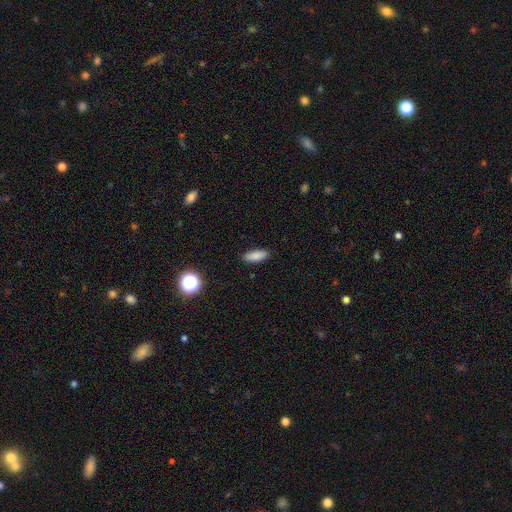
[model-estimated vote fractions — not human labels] Morphology: type=smooth (86%); roundness=in between (68%); merging=none (88%).